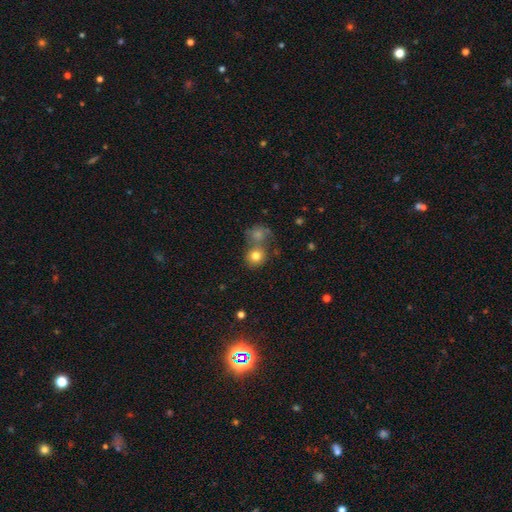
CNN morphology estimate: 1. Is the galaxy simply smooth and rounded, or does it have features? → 80% smooth, 10% star or artifact, 9% featured or disk.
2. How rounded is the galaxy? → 79% round, 20% in between, 1% cigar-shaped.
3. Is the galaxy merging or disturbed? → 48% none, 37% merger, 10% minor disturbance, 5% major disturbance.